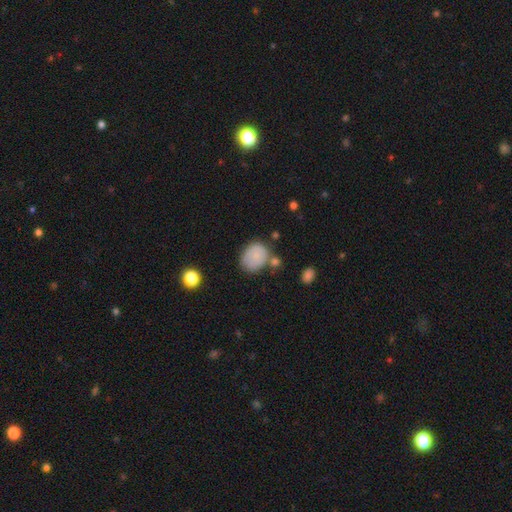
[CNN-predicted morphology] smooth-or-featured: smooth: 80% | featured or disk: 11% | star or artifact: 8%
  how-rounded: round: 53% | in between: 46% | cigar-shaped: 1%
  merging: none: 63% | minor disturbance: 21% | merger: 9% | major disturbance: 7%